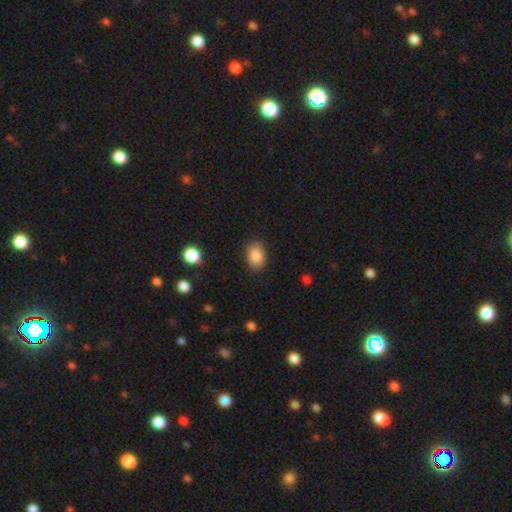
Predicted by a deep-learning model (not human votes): smooth-or-featured: smooth: 88% | star or artifact: 8% | featured or disk: 4%
  how-rounded: in between: 80% | round: 18% | cigar-shaped: 1%
  merging: none: 85% | minor disturbance: 11% | major disturbance: 3% | merger: 1%